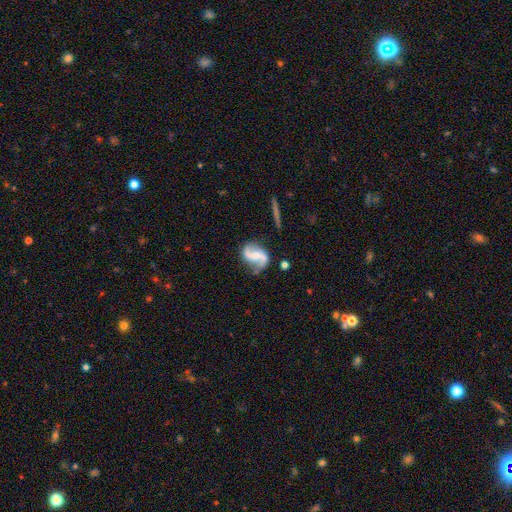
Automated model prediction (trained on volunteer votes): Smooth or featured? featured or disk (86%)
Edge-on disk? no (97%)
Bar? no (44%)
Spiral arms? yes (96%)
Spiral winding? loose (63%)
Spiral arm count? 2 (93%)
Bulge size? small (46%)
Merging? none (76%)